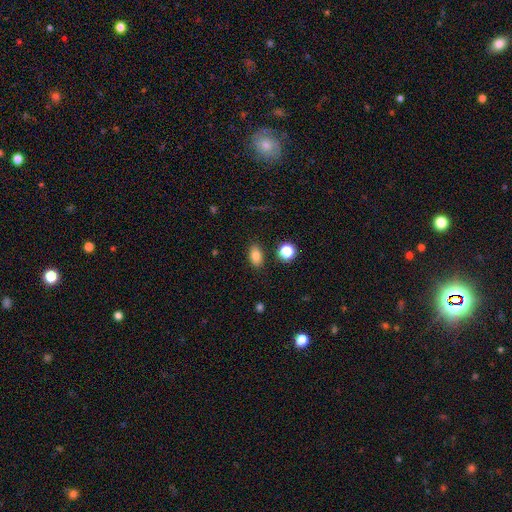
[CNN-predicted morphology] The model was most divided on "smooth or featured": smooth: 81%, star or artifact: 11%, featured or disk: 7%. More confident: merging — none (85%); how rounded — in between (84%).